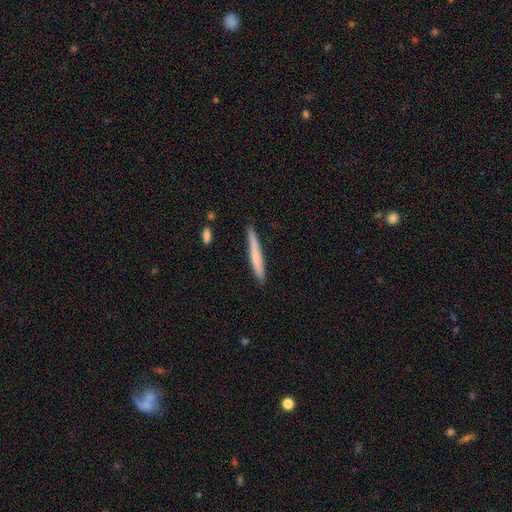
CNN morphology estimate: This is likely a smooth galaxy (68%). How rounded: clearly cigar-shaped (96%). Merging: clearly none (88%).